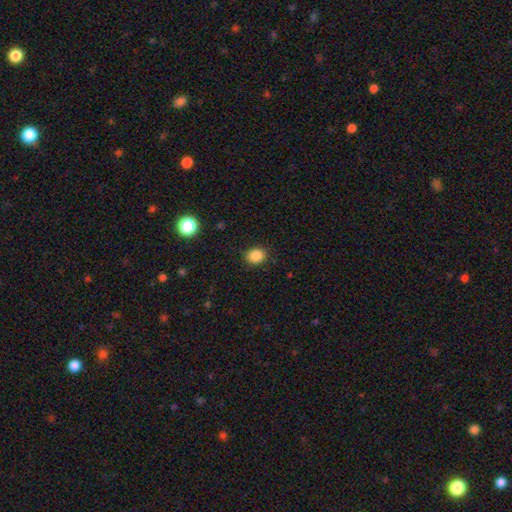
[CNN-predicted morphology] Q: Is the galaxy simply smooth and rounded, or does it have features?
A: smooth — 85%.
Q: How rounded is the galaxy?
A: round — 59%.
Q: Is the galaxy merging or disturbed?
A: none — 89%.